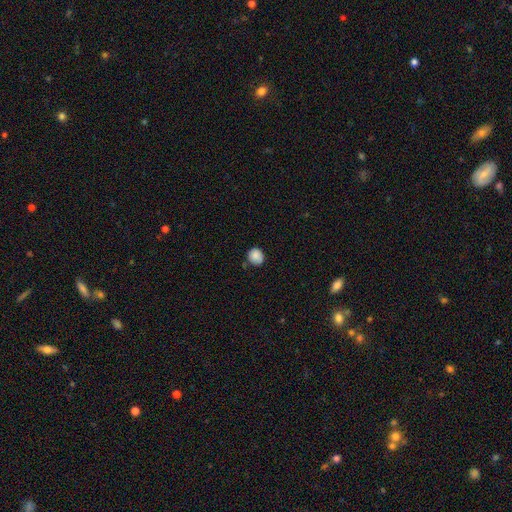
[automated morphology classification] Smooth or featured?
  - smooth: 86% *
  - star or artifact: 8%
  - featured or disk: 6%
How rounded?
  - round: 81% *
  - in between: 18%
  - cigar-shaped: 1%
Merging?
  - none: 76% *
  - minor disturbance: 17%
  - merger: 3%
  - major disturbance: 3%